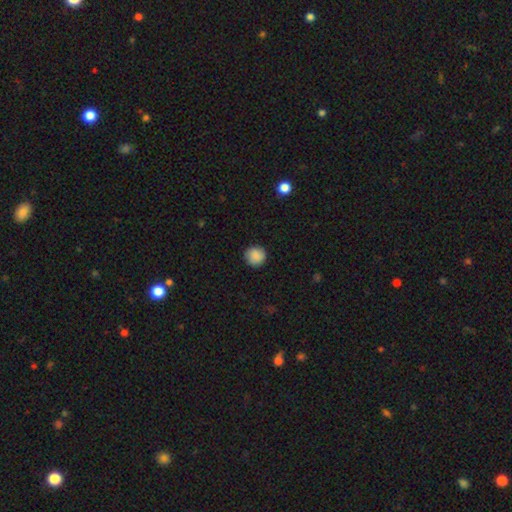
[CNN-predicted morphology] type=smooth (88%); roundness=round (93%); merging=none (89%).